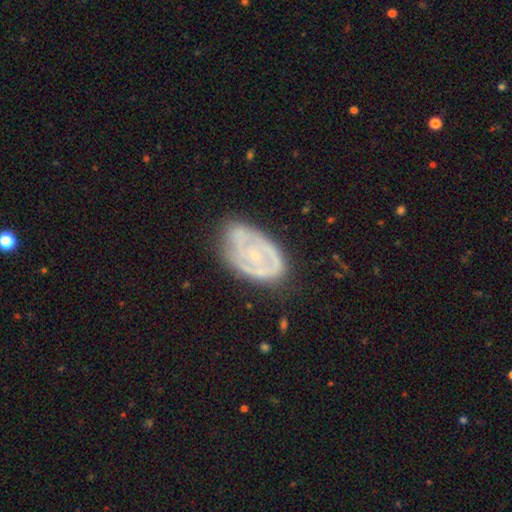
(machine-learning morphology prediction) type=featured or disk (71%); edge-on=no (96%); bar=no (75%); spiral arms=yes (68%); bulge=small (73%); merging=none (61%).